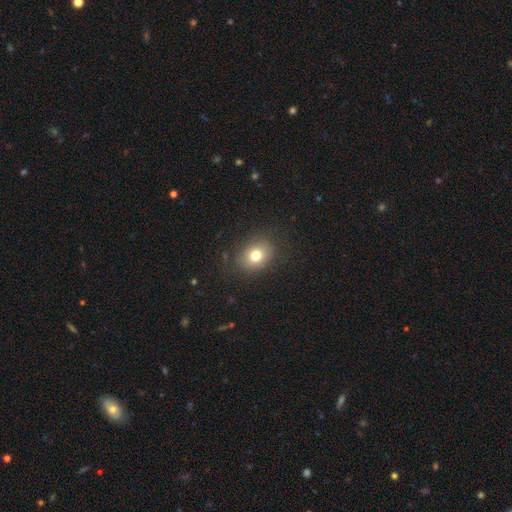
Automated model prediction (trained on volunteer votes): Smooth or featured?
  - smooth: 76% *
  - star or artifact: 13%
  - featured or disk: 12%
How rounded?
  - round: 50% *
  - in between: 49%
  - cigar-shaped: 1%
Merging?
  - none: 84% *
  - minor disturbance: 11%
  - major disturbance: 4%
  - merger: 1%